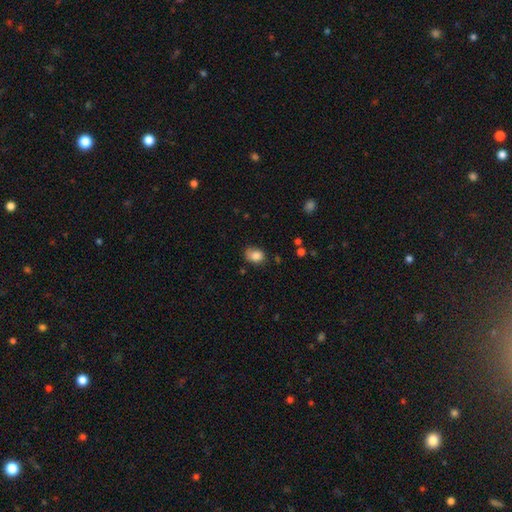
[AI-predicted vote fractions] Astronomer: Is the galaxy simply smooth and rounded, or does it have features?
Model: smooth — 82%.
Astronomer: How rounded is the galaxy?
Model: in between — 62%.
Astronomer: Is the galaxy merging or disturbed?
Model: none — 61%.